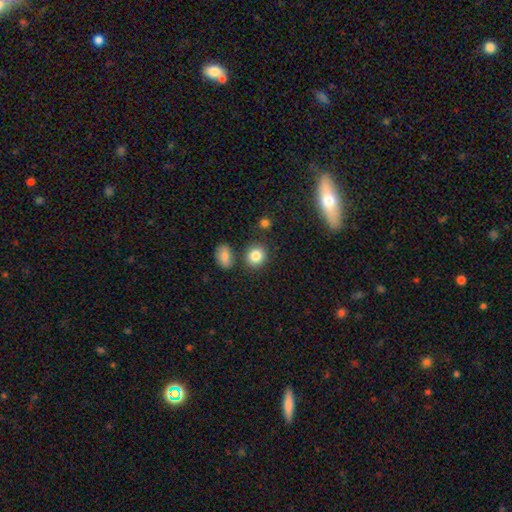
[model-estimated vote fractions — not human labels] smooth 84%, star or artifact 10%, featured or disk 6%. Down the decision tree: how rounded — round (78%); merging — none (81%).